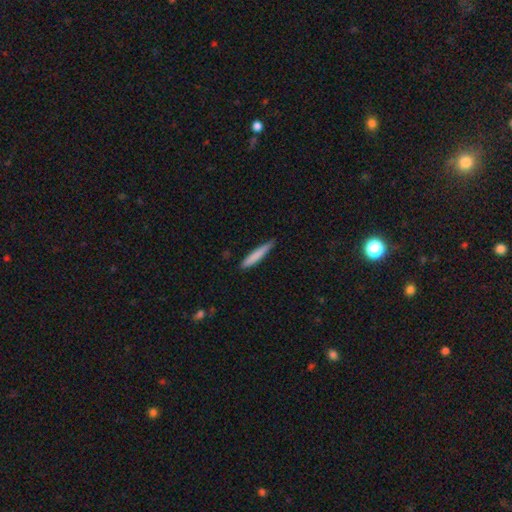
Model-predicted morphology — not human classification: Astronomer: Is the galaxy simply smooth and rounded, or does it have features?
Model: smooth — 80%.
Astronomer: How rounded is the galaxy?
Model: cigar-shaped — 94%.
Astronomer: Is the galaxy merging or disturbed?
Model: none — 80%.